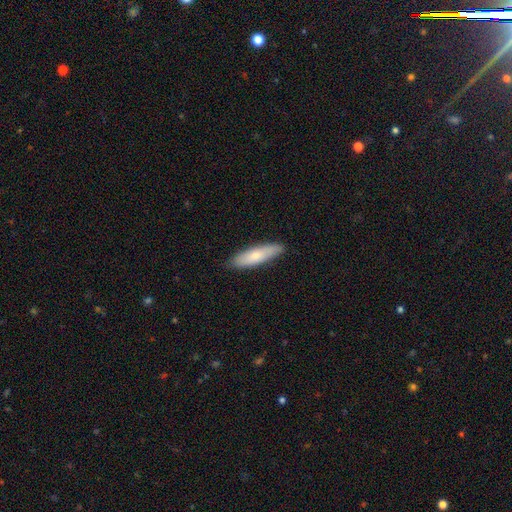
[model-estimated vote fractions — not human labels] smooth_or_featured: smooth (p=0.73) [alt: featured or disk p=0.22]
how_rounded: cigar-shaped (p=0.64) [alt: in between p=0.34]
merging: none (p=0.86) [alt: minor disturbance p=0.11]